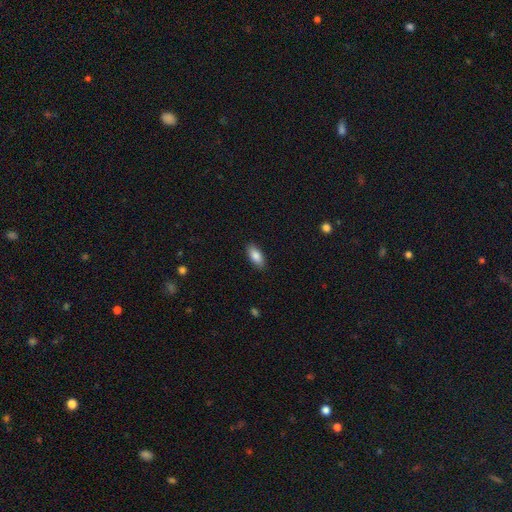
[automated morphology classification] Q: Smooth or featured?
A: smooth (86%); runner-up: featured or disk (7%)
Q: How rounded?
A: in between (88%); runner-up: cigar-shaped (9%)
Q: Merging?
A: none (88%); runner-up: minor disturbance (9%)